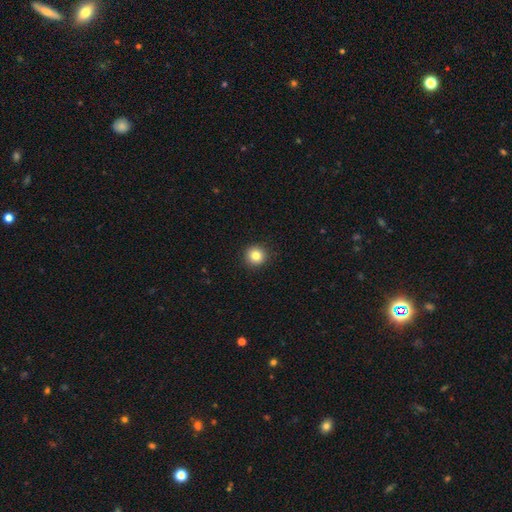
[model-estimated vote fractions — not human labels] Smooth or featured: smooth — 83% (star or artifact — 11%)
How rounded: round — 94% (in between — 5%)
Merging: none — 92% (minor disturbance — 5%)